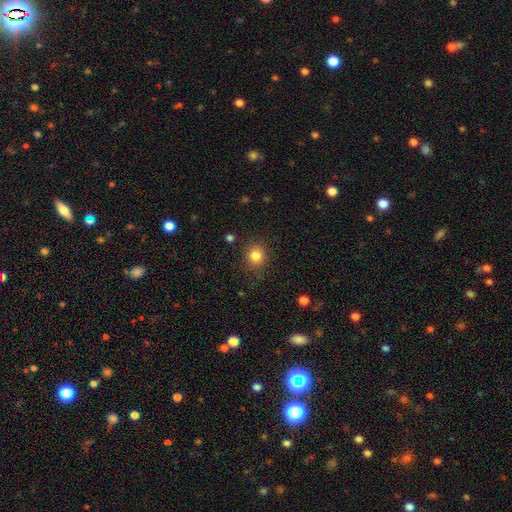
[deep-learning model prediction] smooth 83%, star or artifact 11%, featured or disk 5%. Down the decision tree: how rounded — round (82%); merging — none (83%).